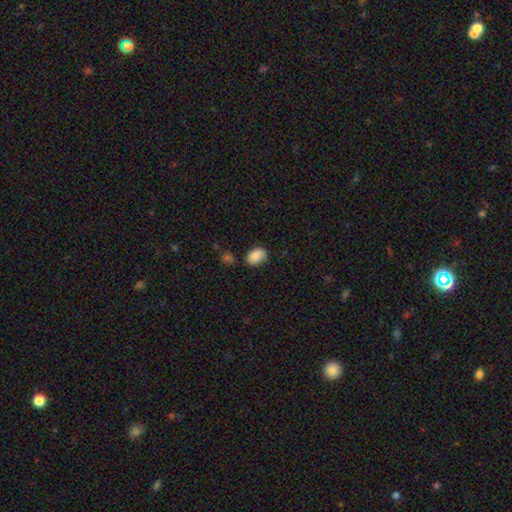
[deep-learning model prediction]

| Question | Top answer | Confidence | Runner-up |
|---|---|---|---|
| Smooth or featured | smooth | 86% | star or artifact (8%) |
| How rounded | in between | 86% | round (12%) |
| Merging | none | 70% | minor disturbance (21%) |